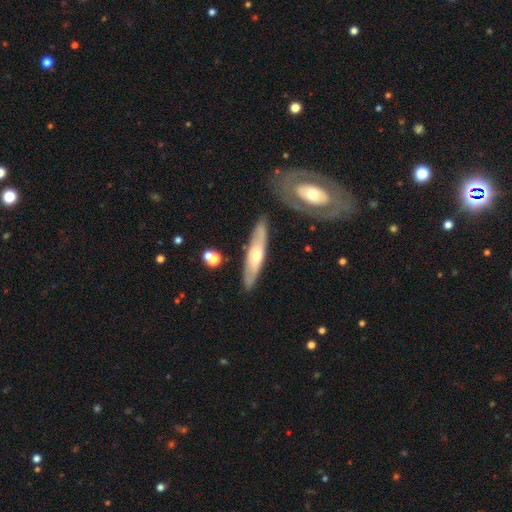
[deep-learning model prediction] A featured or disk galaxy (51%) viewed edge-on (72%). Merging: none (84%).